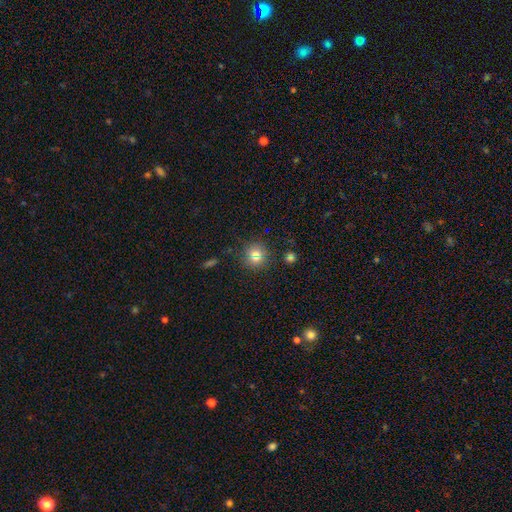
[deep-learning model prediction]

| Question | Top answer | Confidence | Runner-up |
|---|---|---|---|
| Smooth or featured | smooth | 71% | star or artifact (19%) |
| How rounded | round | 90% | in between (9%) |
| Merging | none | 82% | minor disturbance (9%) |